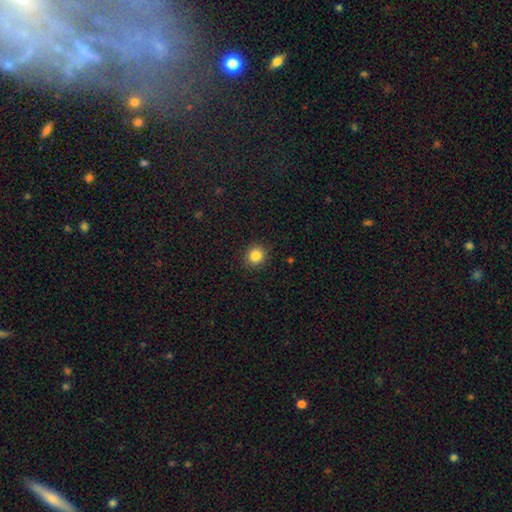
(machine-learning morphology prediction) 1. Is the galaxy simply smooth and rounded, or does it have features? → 85% smooth, 10% star or artifact, 4% featured or disk.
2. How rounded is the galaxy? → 86% round, 13% in between, 1% cigar-shaped.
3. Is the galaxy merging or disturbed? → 90% none, 6% minor disturbance, 2% major disturbance, 1% merger.